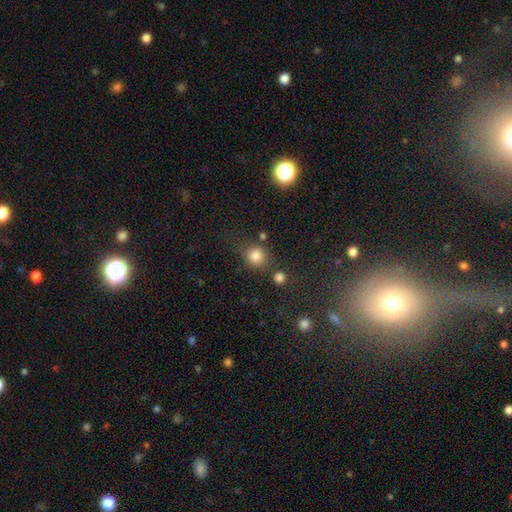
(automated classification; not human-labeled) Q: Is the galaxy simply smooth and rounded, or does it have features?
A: smooth — 82%.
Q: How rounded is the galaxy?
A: round — 85%.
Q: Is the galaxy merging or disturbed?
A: none — 70%.